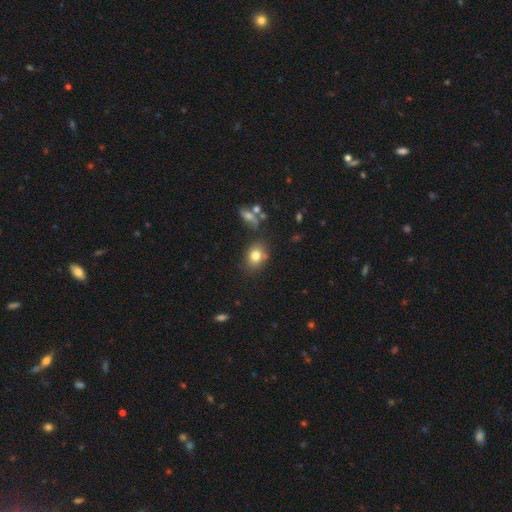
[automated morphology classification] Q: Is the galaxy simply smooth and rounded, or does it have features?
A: smooth — 79%.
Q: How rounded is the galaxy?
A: in between — 54%.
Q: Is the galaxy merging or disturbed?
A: none — 73%.